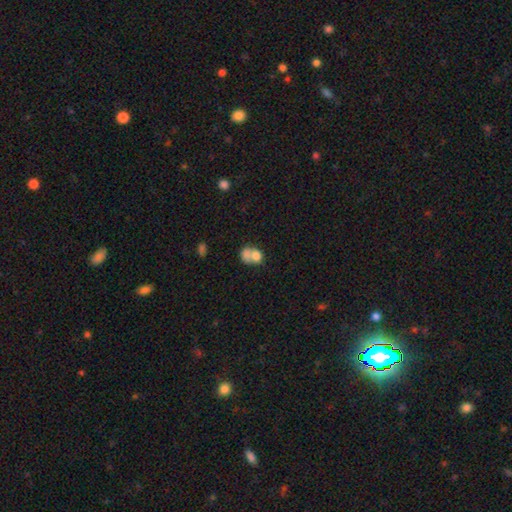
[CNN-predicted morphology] smooth 71%, featured or disk 19%, star or artifact 9%. Down the decision tree: how rounded — round (51%); merging — merger (62%).